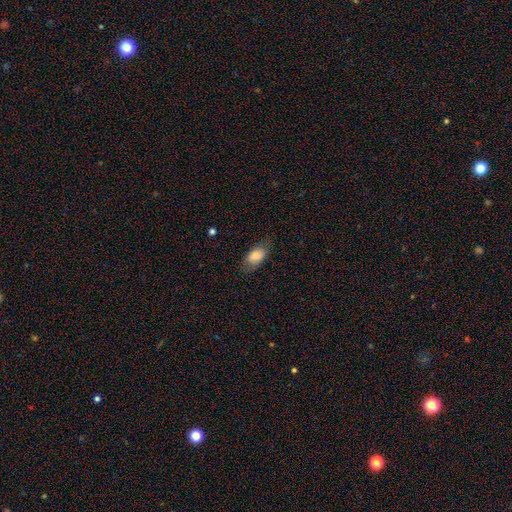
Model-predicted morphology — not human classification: Smooth or featured: smooth — 76% (featured or disk — 17%)
How rounded: in between — 89% (round — 6%)
Merging: none — 74% (minor disturbance — 18%)